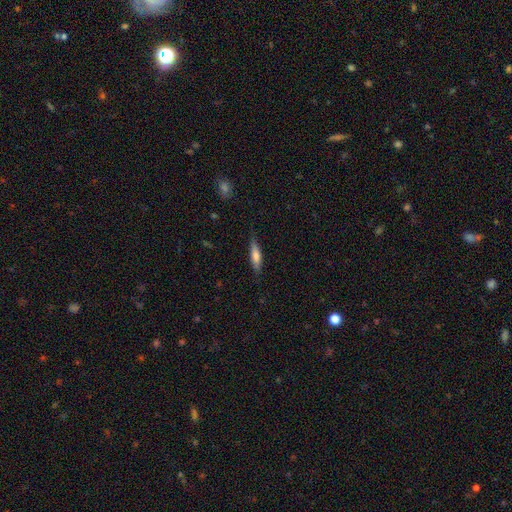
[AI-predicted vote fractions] smooth 65%, featured or disk 29%, star or artifact 6%. Down the decision tree: how rounded — cigar-shaped (75%); merging — none (79%).